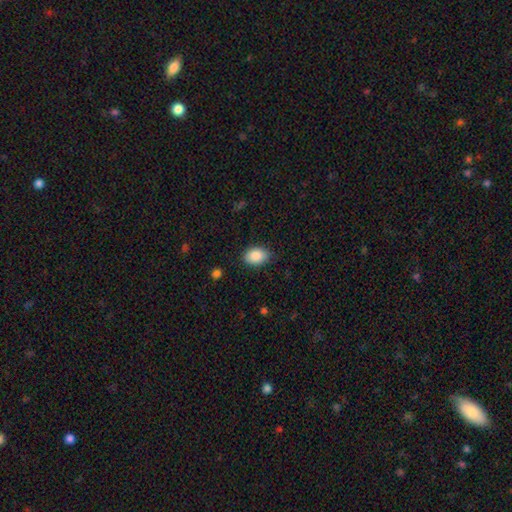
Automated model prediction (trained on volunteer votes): A smooth galaxy with no disk features (88%) that is in between round and cigar-shaped (79%). Merging: none (84%).